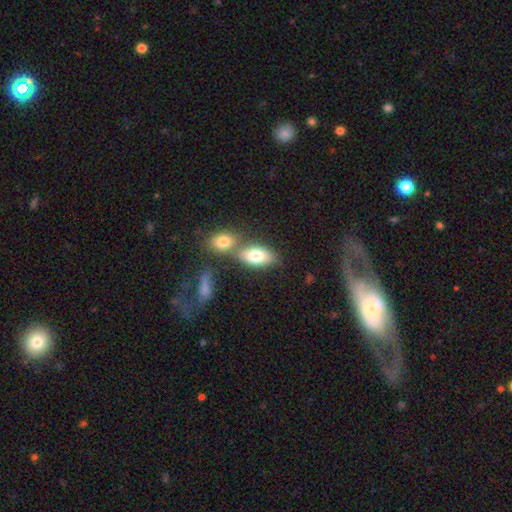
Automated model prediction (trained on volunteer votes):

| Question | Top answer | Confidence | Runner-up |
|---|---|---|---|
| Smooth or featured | smooth | 76% | featured or disk (16%) |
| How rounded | in between | 87% | round (8%) |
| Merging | none | 48% | merger (36%) |